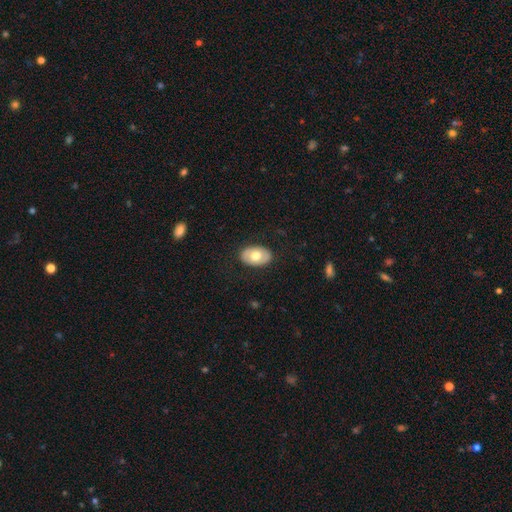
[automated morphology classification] The model was most divided on "smooth or featured": smooth: 63%, featured or disk: 31%, star or artifact: 6%. More confident: how rounded — in between (89%); merging — none (86%).